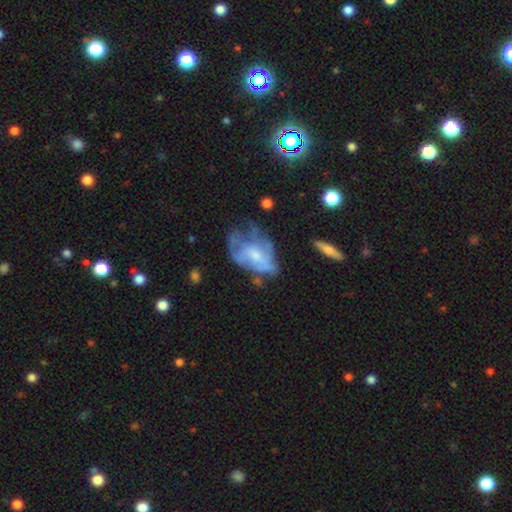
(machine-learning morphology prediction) Smooth or featured? Predicted: featured or disk (p=0.60). Edge-on disk? Predicted: no (p=0.96). Bar? Predicted: no (p=0.69). Spiral arms? Predicted: no (p=0.59). Bulge size? Predicted: small (p=0.45). Merging? Predicted: major disturbance (p=0.38).